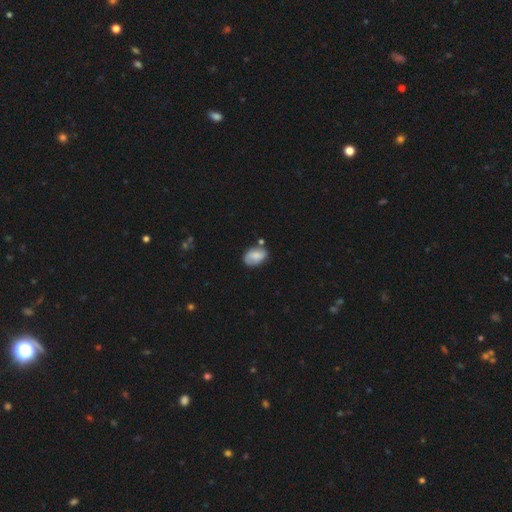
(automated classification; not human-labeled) A smooth galaxy with no disk features (64%) that is in between round and cigar-shaped (85%).

Vote fractions:
- Smooth or featured? smooth: 64% / featured or disk: 28% / star or artifact: 8%
- How rounded? in between: 85% / round: 14% / cigar-shaped: 1%
- Merging? none: 63% / minor disturbance: 24% / merger: 8% / major disturbance: 6%